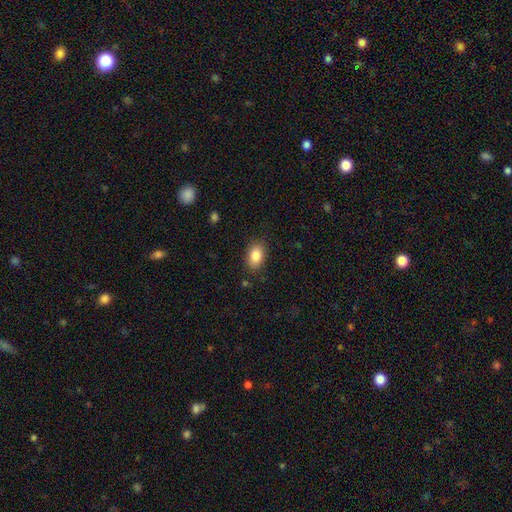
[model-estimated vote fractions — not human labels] smooth-or-featured: smooth: 85% | star or artifact: 8% | featured or disk: 7%
  how-rounded: in between: 87% | round: 12% | cigar-shaped: 2%
  merging: none: 85% | minor disturbance: 11% | major disturbance: 3% | merger: 1%